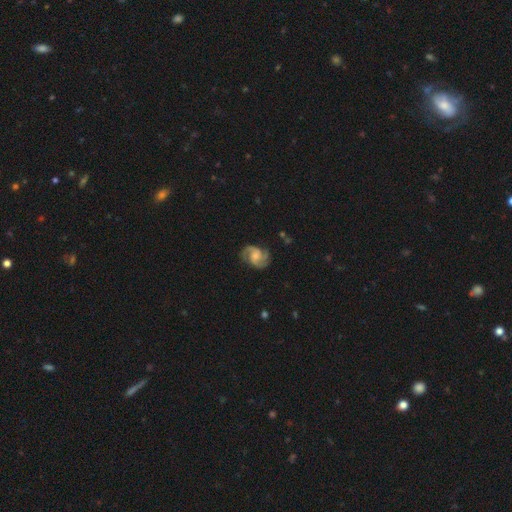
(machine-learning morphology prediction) smooth-or-featured: featured or disk: 86% | smooth: 8% | star or artifact: 5%
  disk-edge-on: no: 98% | yes: 2%
    bar: no: 57% | weak: 36% | strong: 7%
    has-spiral-arms: yes: 98% | no: 2%
      spiral-winding: medium: 55% | tight: 28% | loose: 17%
      spiral-arm-count: 2: 53% | 3: 31% | can't tell: 6% | 4: 5% | 1: 3% | more than 4: 3%
    bulge-size: moderate: 44% | small: 40% | none: 10% | large: 6% | dominant: 1%
  merging: none: 76% | minor disturbance: 16% | major disturbance: 6% | merger: 1%